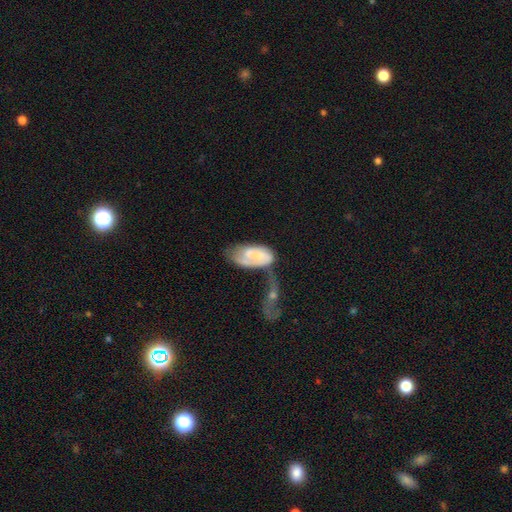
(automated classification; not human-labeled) This is possibly a featured or disk galaxy (55%). It is clearly not viewed edge-on (94%). Bar: marginally no (41%). Spiral arm pattern: likely yes (72%). Central bulge: marginally small (38%). Merging: marginally merger (37%).